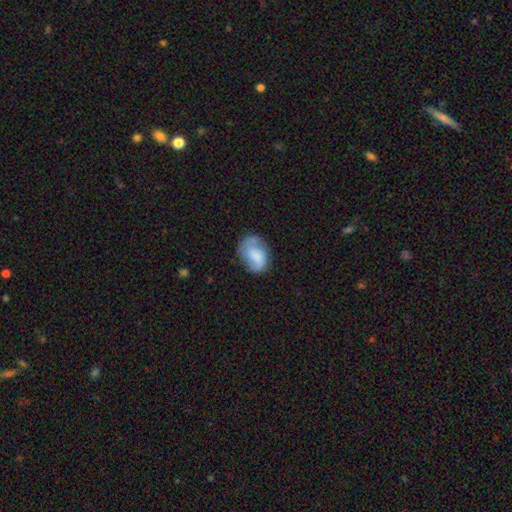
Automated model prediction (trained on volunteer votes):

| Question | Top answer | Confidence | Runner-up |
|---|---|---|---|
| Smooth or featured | smooth | 59% | featured or disk (33%) |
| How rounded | in between | 76% | round (23%) |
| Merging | none | 55% | minor disturbance (28%) |